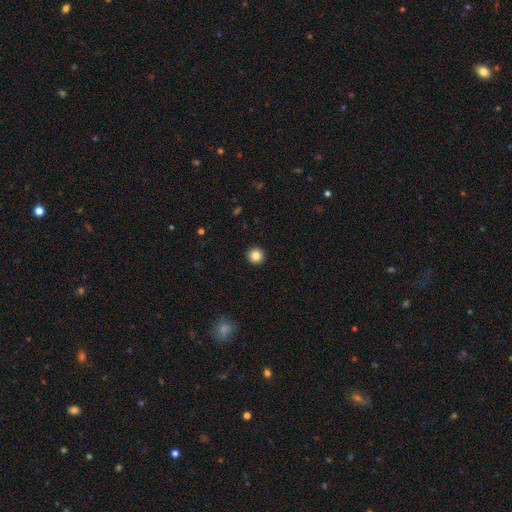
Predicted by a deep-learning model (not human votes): smooth 85%, star or artifact 10%, featured or disk 5%. Down the decision tree: how rounded — round (95%); merging — none (94%).